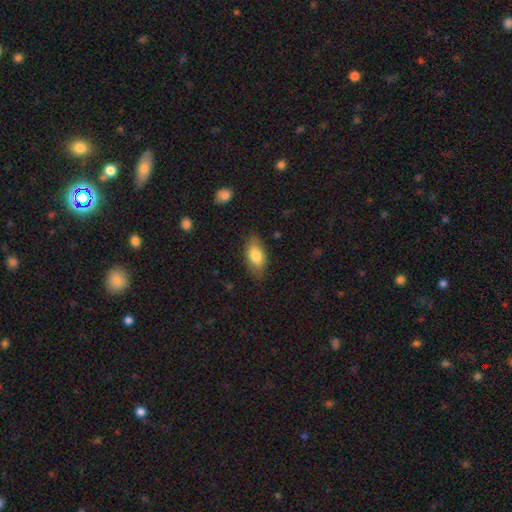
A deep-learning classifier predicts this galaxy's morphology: type=smooth (79%); roundness=in between (90%); merging=none (79%).